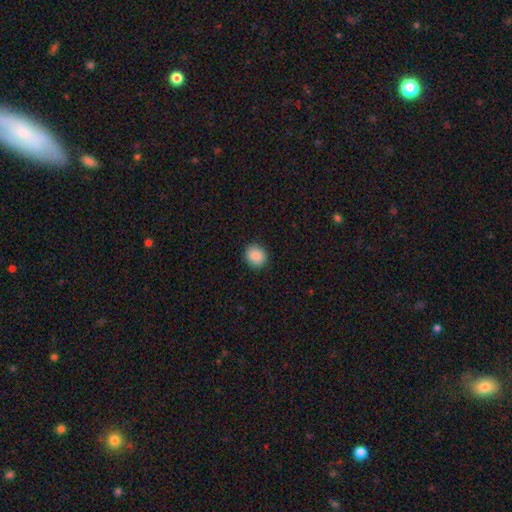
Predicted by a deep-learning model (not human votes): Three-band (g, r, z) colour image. It shows a smooth galaxy with no disk features (89%) that is round (76%). Merging: none (91%).